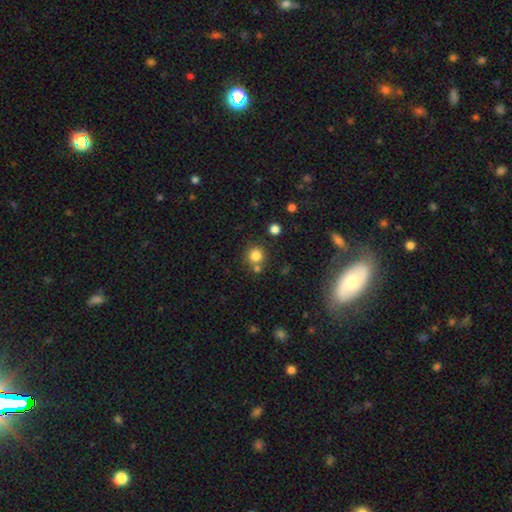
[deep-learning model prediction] smooth 82%, star or artifact 12%, featured or disk 6%. Down the decision tree: how rounded — round (91%); merging — none (71%).